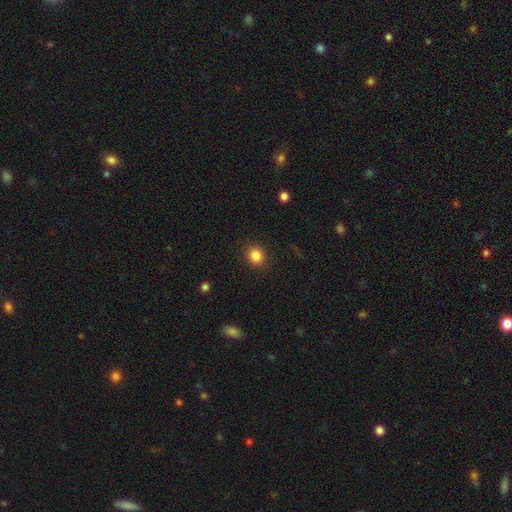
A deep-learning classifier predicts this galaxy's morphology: A smooth galaxy with no disk features (85%) that is round (80%). Merging: none (89%).